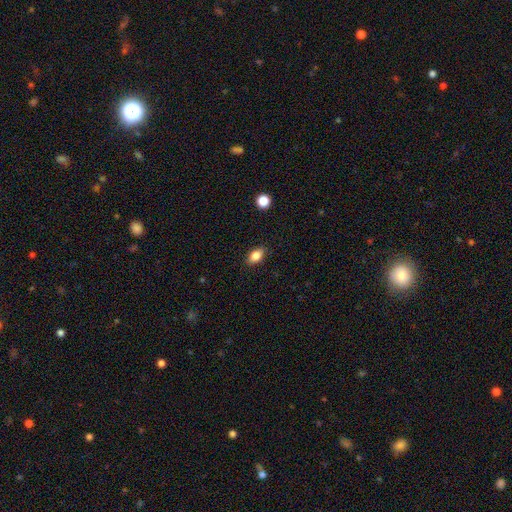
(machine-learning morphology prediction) A smooth galaxy with no disk features (83%) that is in between round and cigar-shaped (86%).

Vote fractions:
- Smooth or featured? smooth: 83% / star or artifact: 9% / featured or disk: 8%
- How rounded? in between: 86% / round: 10% / cigar-shaped: 4%
- Merging? none: 88% / minor disturbance: 9% / major disturbance: 2% / merger: 1%